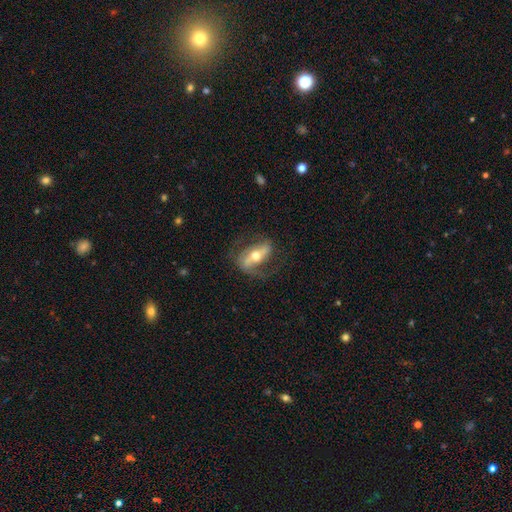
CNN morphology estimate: Smooth or featured?
  - featured or disk: 73% *
  - smooth: 21%
  - star or artifact: 6%
Edge-on disk?
  - no: 84% *
  - yes: 16%
Bar?
  - strong: 59% *
  - weak: 24%
  - no: 18%
Spiral arms?
  - yes: 80% *
  - no: 20%
Bulge size?
  - moderate: 72% *
  - small: 15%
  - large: 10%
  - dominant: 1%
  - none: 1%
Merging?
  - none: 67% *
  - minor disturbance: 18%
  - major disturbance: 13%
  - merger: 2%